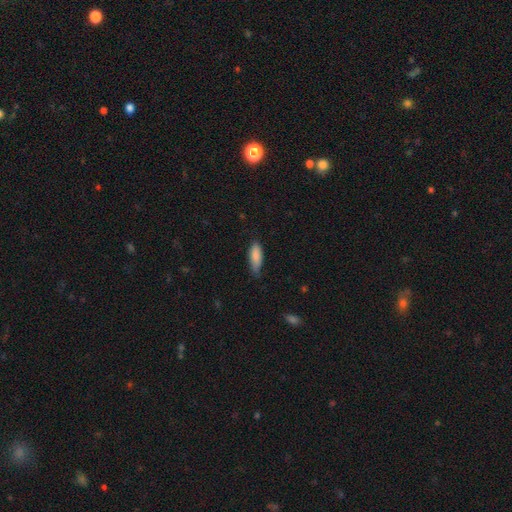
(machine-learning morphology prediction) Smooth or featured? smooth (86%)
How rounded? in between (67%)
Merging? none (63%)